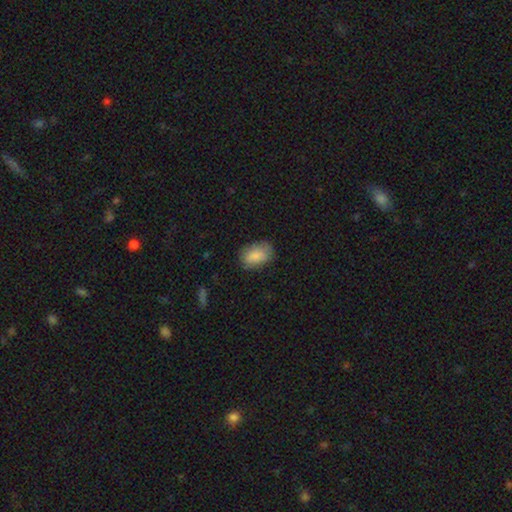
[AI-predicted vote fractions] Smooth or featured? Predicted: smooth (p=0.86). How rounded? Predicted: in between (p=0.87). Merging? Predicted: none (p=0.74).